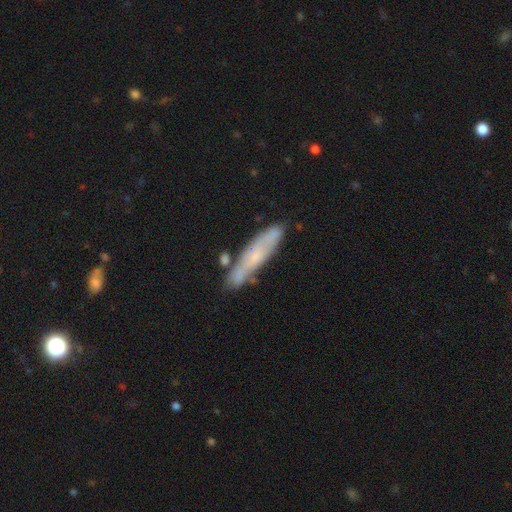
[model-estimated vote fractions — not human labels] Smooth or featured: featured or disk — 47% (smooth — 43%)
Merging: none — 71% (minor disturbance — 18%)